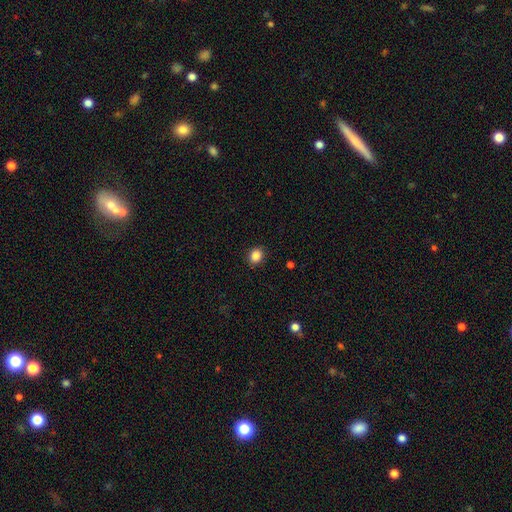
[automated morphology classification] smooth-or-featured: smooth: 87% | star or artifact: 10% | featured or disk: 3%
  how-rounded: round: 59% | in between: 40% | cigar-shaped: 1%
  merging: none: 89% | minor disturbance: 8% | major disturbance: 2% | merger: 1%